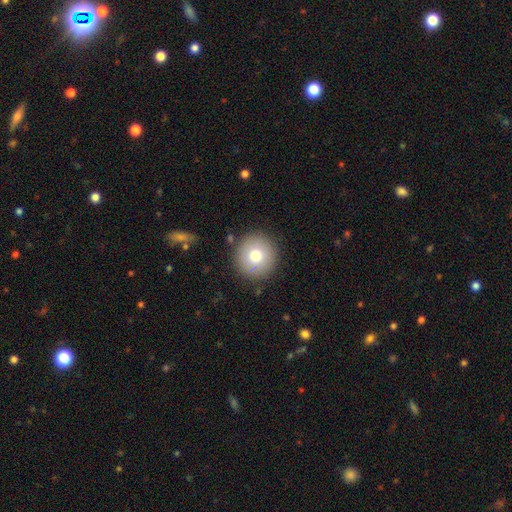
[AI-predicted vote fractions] smooth-or-featured: smooth: 76% | featured or disk: 15% | star or artifact: 9%
  how-rounded: round: 94% | in between: 5% | cigar-shaped: 1%
  merging: none: 88% | minor disturbance: 8% | major disturbance: 3% | merger: 2%